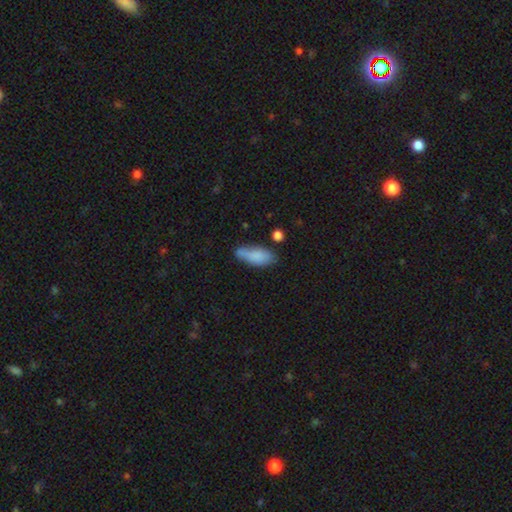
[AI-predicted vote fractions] Overall: smooth (80%). How rounded: in between (72%). Merging: none (53%; minor disturbance 30%).